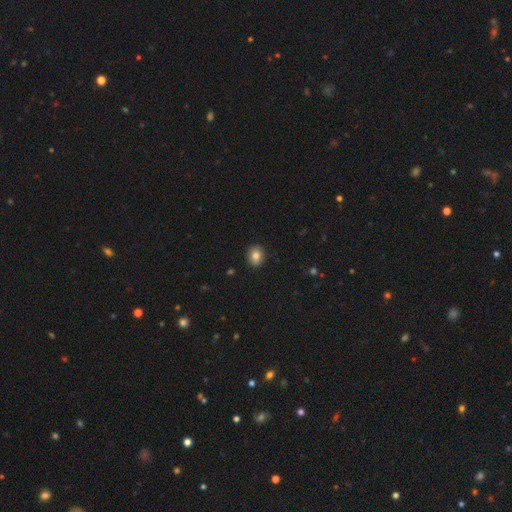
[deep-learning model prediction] This is clearly a smooth galaxy (84%). How rounded: likely round (60%). Merging: clearly none (90%).